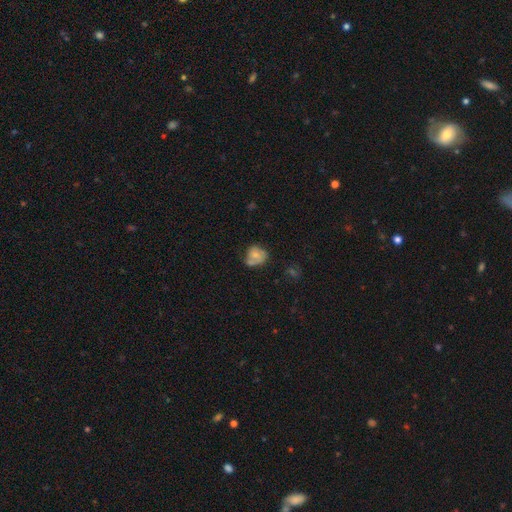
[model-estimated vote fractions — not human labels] Overall: smooth (58%; featured or disk 32%). How rounded: round (65%; in between 34%). Merging: none (44%; minor disturbance 28%).